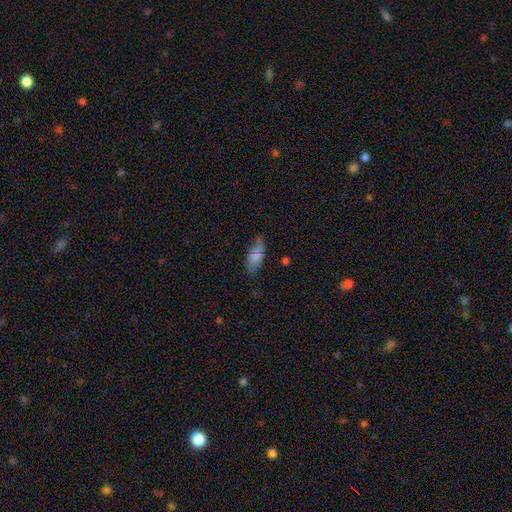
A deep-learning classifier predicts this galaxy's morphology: This appears to be a smooth galaxy with no disk features (80%) that is in between round and cigar-shaped (83%). Merging: none (65%).